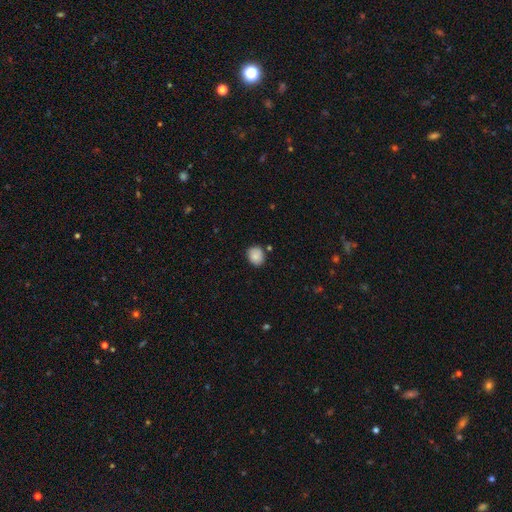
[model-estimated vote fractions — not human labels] This is clearly a smooth galaxy (85%). How rounded: likely round (68%). Merging: clearly none (80%).